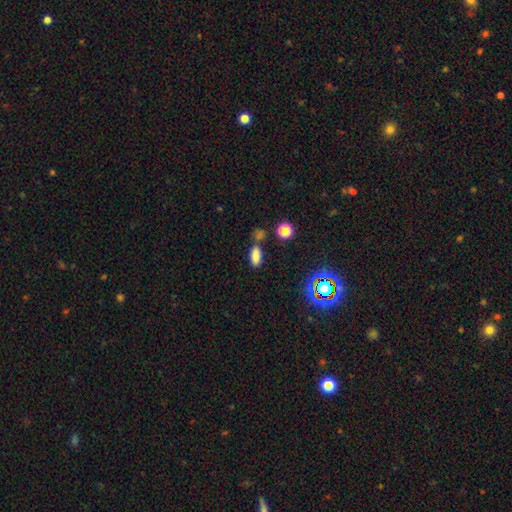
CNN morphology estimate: smooth_or_featured: smooth (p=0.79) [alt: star or artifact p=0.15]
how_rounded: in between (p=0.84) [alt: cigar-shaped p=0.11]
merging: none (p=0.59) [alt: merger p=0.20]